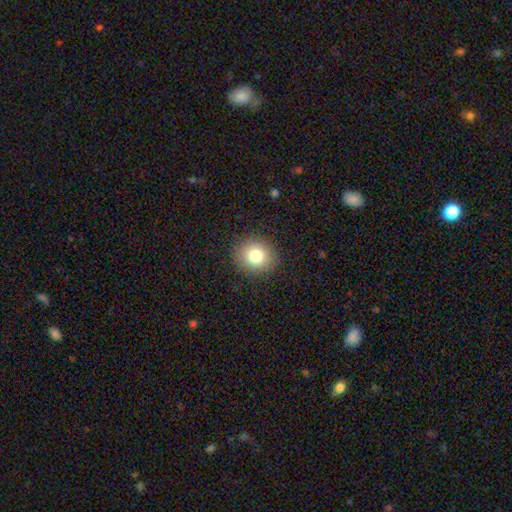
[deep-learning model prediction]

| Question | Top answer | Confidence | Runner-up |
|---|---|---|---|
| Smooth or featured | smooth | 79% | star or artifact (11%) |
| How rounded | round | 83% | in between (16%) |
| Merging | none | 90% | minor disturbance (7%) |